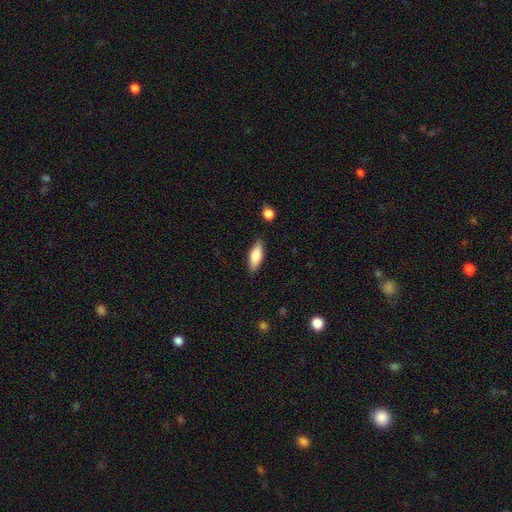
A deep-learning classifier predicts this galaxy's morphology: Q: Smooth or featured?
A: smooth (78%); runner-up: featured or disk (16%)
Q: How rounded?
A: in between (69%); runner-up: cigar-shaped (29%)
Q: Merging?
A: none (85%); runner-up: minor disturbance (10%)